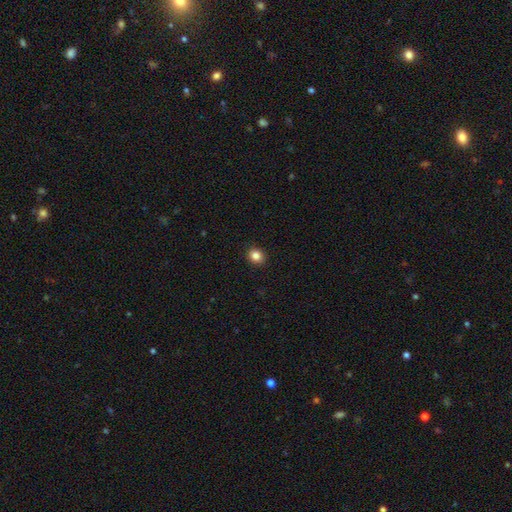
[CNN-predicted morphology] Smooth or featured?
  - smooth: 84% *
  - star or artifact: 11%
  - featured or disk: 5%
How rounded?
  - round: 70% *
  - in between: 30%
  - cigar-shaped: 1%
Merging?
  - none: 92% *
  - minor disturbance: 6%
  - major disturbance: 2%
  - merger: 1%